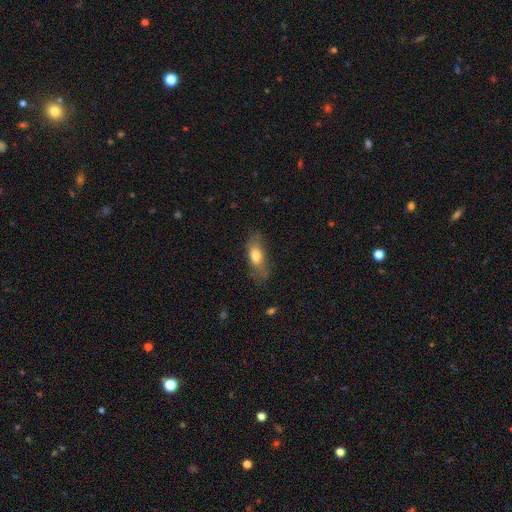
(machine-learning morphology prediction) This is likely a smooth galaxy (70%). How rounded: likely in between (73%). Merging: likely none (67%).